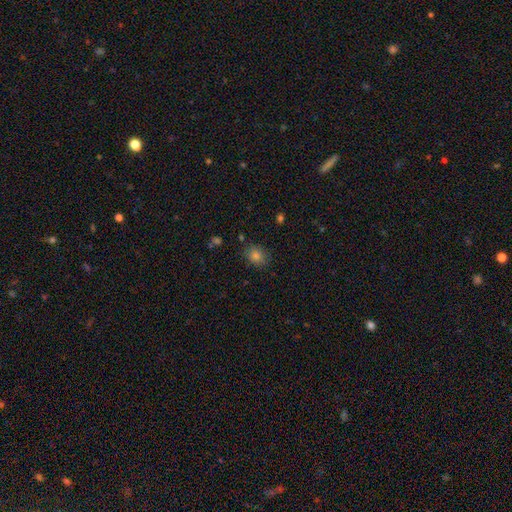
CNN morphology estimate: Smooth or featured: smooth — 78% (star or artifact — 15%)
How rounded: round — 56% (in between — 43%)
Merging: none — 84% (minor disturbance — 12%)